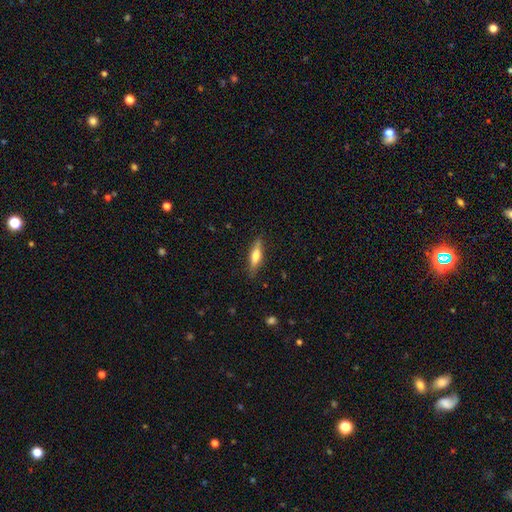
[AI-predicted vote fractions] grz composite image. It shows a smooth galaxy with no disk features (60%) that is cigar-shaped (67%). Merging: none (83%).